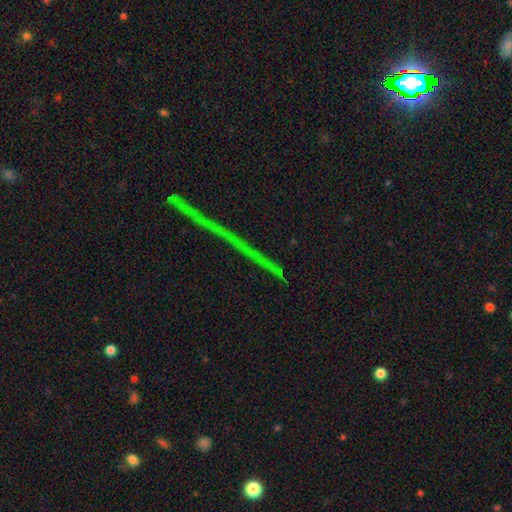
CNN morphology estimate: smooth-or-featured: star or artifact: 62% | featured or disk: 25% | smooth: 13%